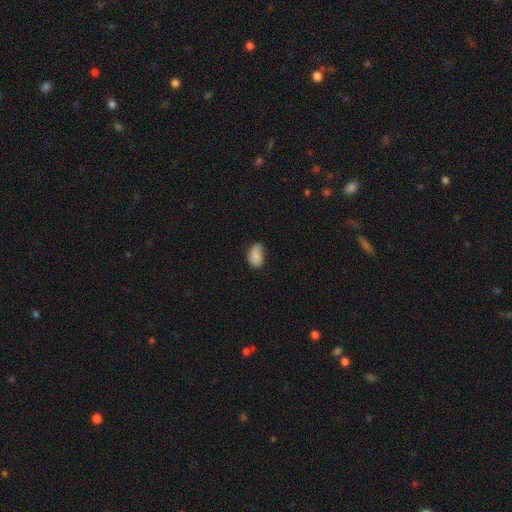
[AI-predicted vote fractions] Q: Smooth or featured?
A: smooth (84%); runner-up: star or artifact (8%)
Q: How rounded?
A: in between (89%); runner-up: round (10%)
Q: Merging?
A: none (55%); runner-up: minor disturbance (35%)